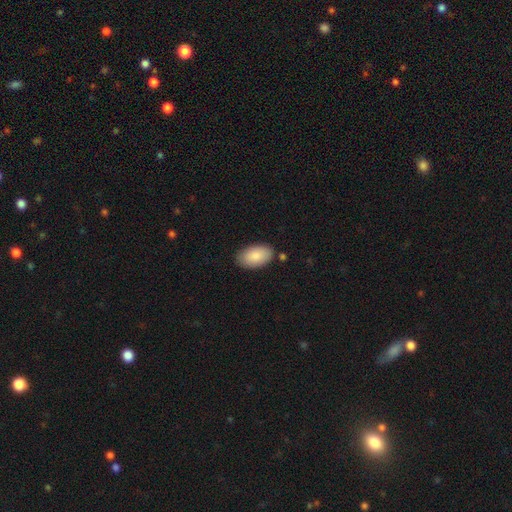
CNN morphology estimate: A smooth galaxy with no disk features (87%) that is in between round and cigar-shaped (95%). Merging: none (83%).